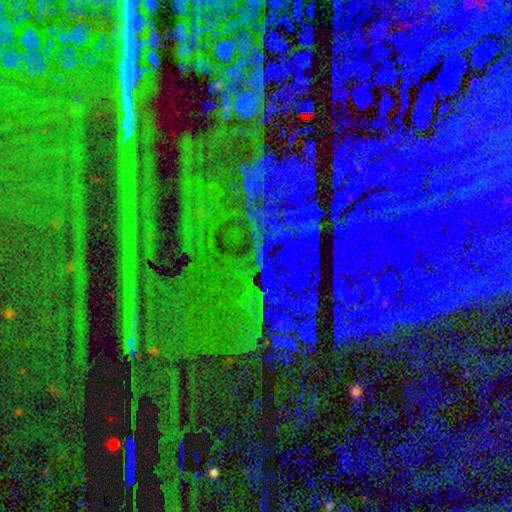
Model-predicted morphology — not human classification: smooth_or_featured: star or artifact (p=0.88) [alt: featured or disk p=0.06]